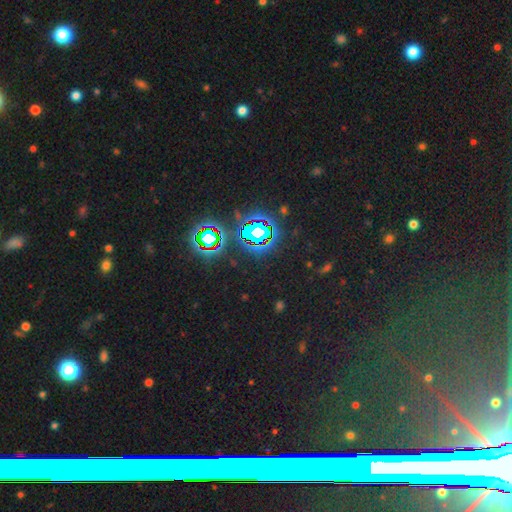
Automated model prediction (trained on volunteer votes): A star or artifact, not a galaxy (77%).

Vote fractions:
- Smooth or featured? star or artifact: 77% / smooth: 12% / featured or disk: 10%